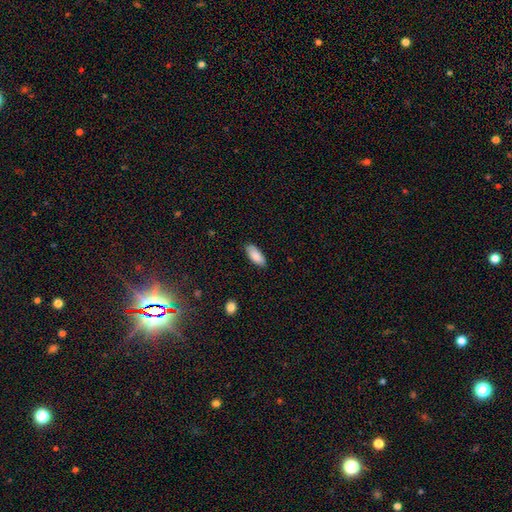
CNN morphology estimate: Smooth or featured? smooth (88%)
How rounded? in between (82%)
Merging? none (85%)